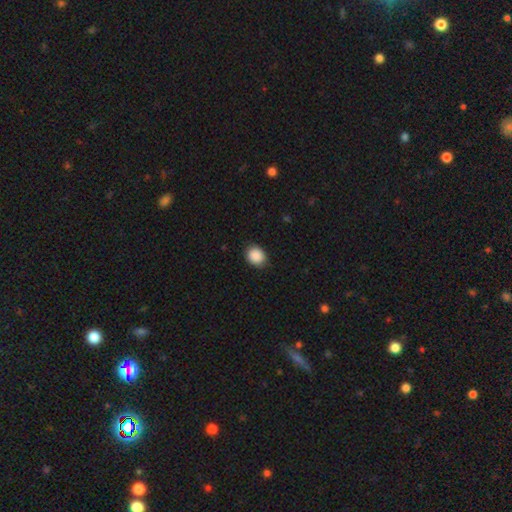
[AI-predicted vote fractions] smooth-or-featured: smooth: 89% | star or artifact: 8% | featured or disk: 3%
  how-rounded: round: 67% | in between: 32% | cigar-shaped: 1%
  merging: none: 86% | minor disturbance: 10% | major disturbance: 2% | merger: 1%